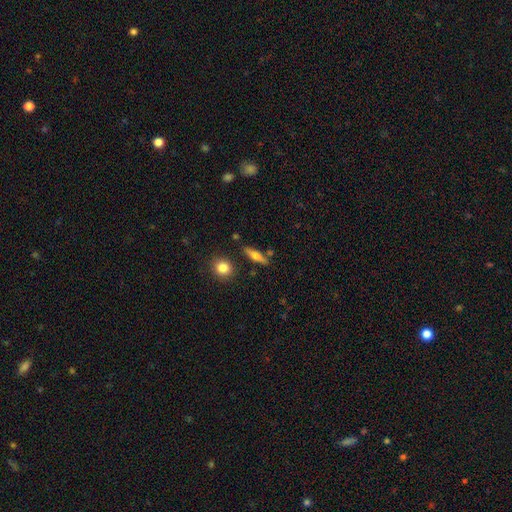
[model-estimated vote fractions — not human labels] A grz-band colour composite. It shows a smooth galaxy with no disk features (51%) that is cigar-shaped (61%). Merging: none (80%).